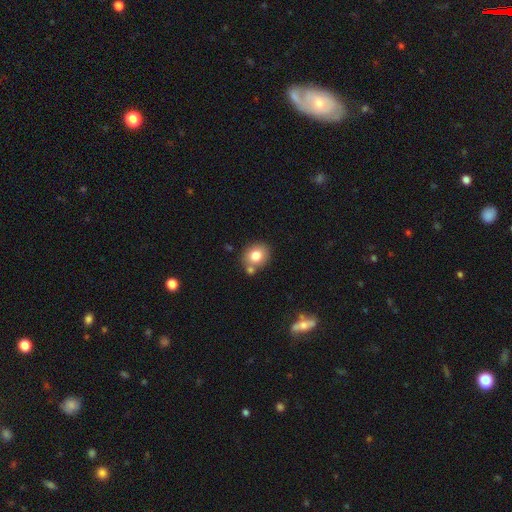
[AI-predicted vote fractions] This is likely a smooth galaxy (78%). How rounded: likely round (69%). Merging: likely none (68%).